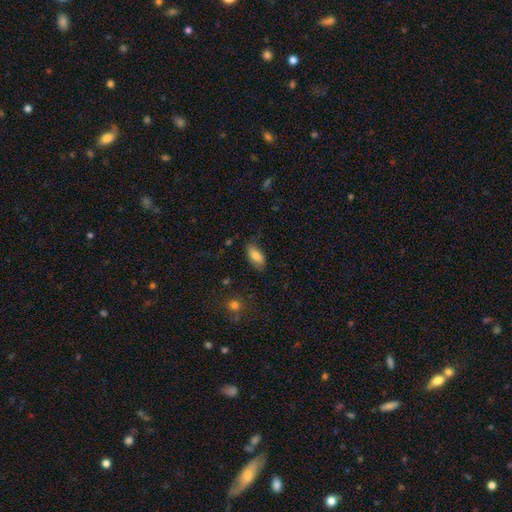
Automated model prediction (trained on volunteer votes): This appears to be a smooth galaxy with no disk features (81%) that is in between round and cigar-shaped (91%). Merging: none (76%).